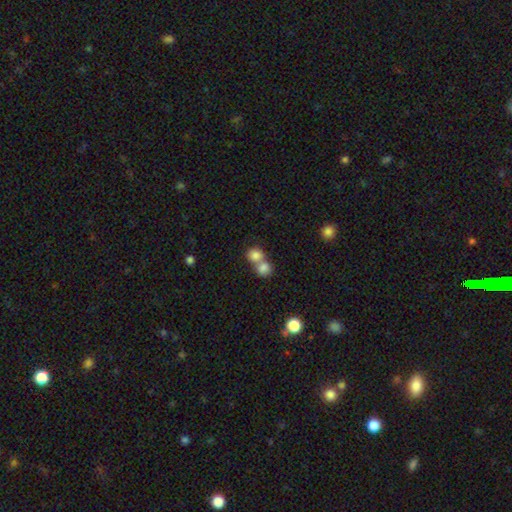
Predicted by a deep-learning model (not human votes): Smooth or featured?
  - smooth: 82% *
  - star or artifact: 10%
  - featured or disk: 8%
How rounded?
  - round: 76% *
  - in between: 23%
  - cigar-shaped: 1%
Merging?
  - merger: 60% *
  - none: 33%
  - minor disturbance: 5%
  - major disturbance: 2%